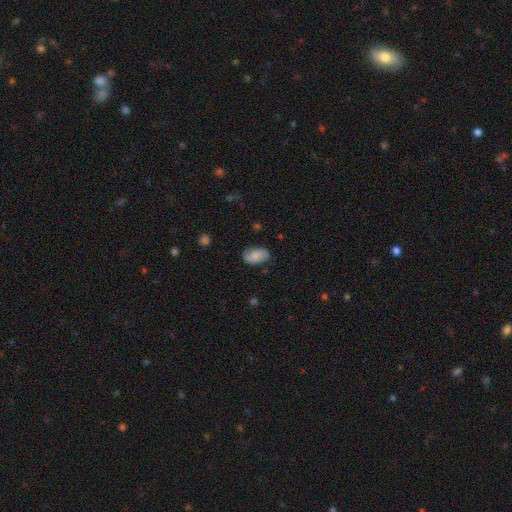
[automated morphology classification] smooth 72%, featured or disk 21%, star or artifact 7%. Down the decision tree: how rounded — in between (92%); merging — none (78%).